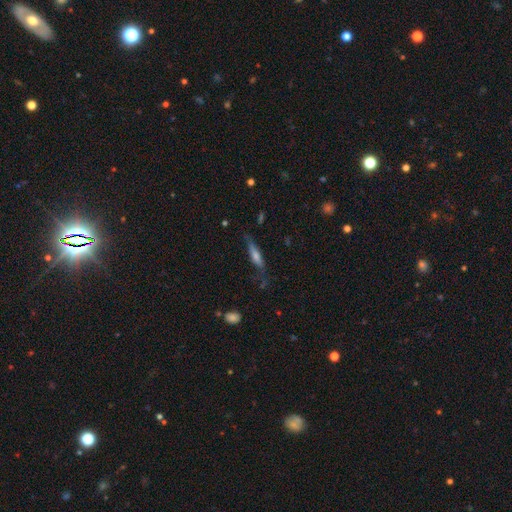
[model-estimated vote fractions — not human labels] Smooth or featured: smooth — 46% (featured or disk — 45%)
Merging: none — 63% (minor disturbance — 24%)